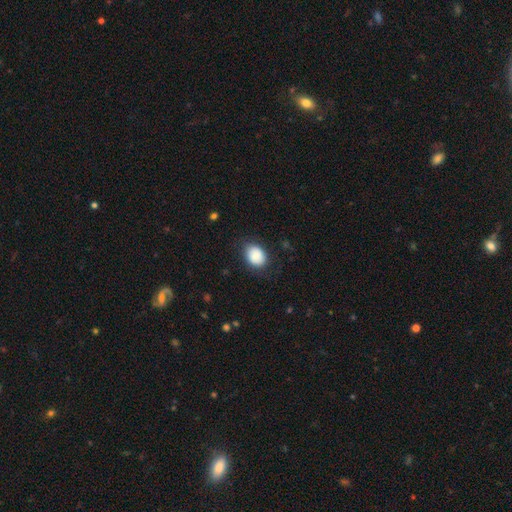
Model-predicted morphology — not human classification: Q: Smooth or featured?
A: smooth (88%); runner-up: star or artifact (7%)
Q: How rounded?
A: in between (59%); runner-up: round (40%)
Q: Merging?
A: none (81%); runner-up: minor disturbance (14%)